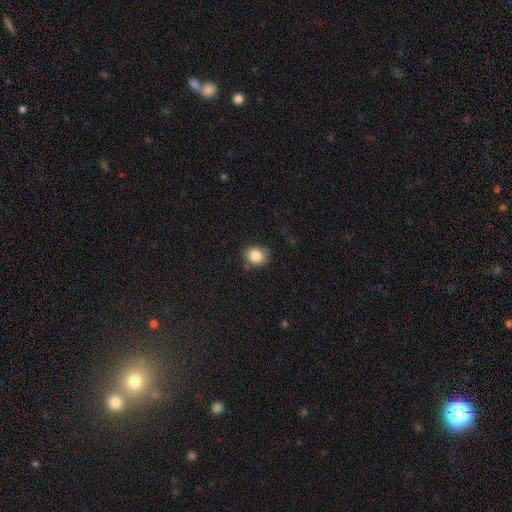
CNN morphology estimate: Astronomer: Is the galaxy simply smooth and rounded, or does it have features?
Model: smooth — 85%.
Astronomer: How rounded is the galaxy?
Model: round — 67%.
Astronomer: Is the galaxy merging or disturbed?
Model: none — 76%.